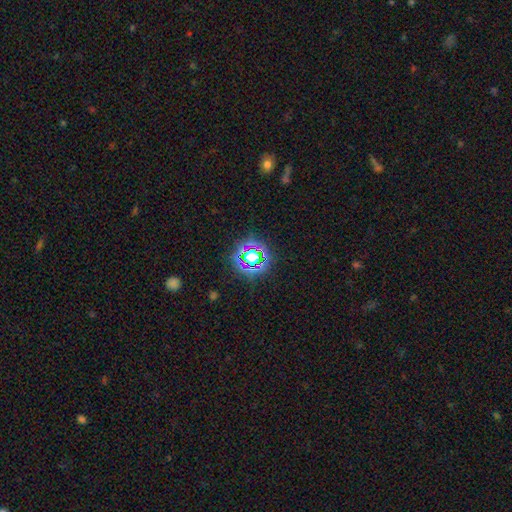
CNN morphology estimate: smooth_or_featured: star or artifact (p=0.67) [alt: smooth p=0.22]